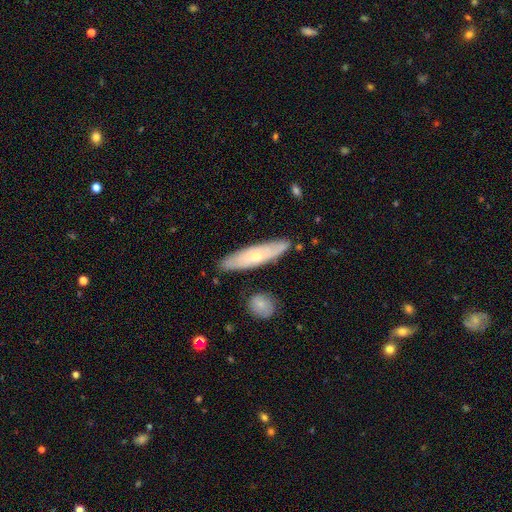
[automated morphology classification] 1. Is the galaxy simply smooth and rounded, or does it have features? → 50% featured or disk, 44% smooth, 6% star or artifact.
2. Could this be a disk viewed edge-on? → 50% no (tied), 50% yes (tied).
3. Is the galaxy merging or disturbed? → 82% none, 13% minor disturbance, 3% merger, 2% major disturbance.